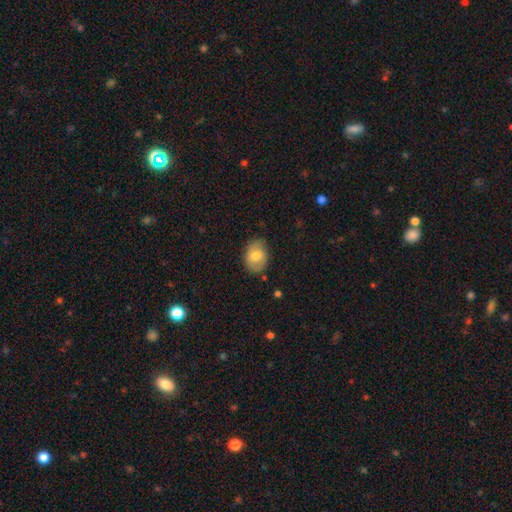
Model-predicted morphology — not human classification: This appears to be a smooth galaxy with no disk features (74%) that is in between round and cigar-shaped (71%). Merging: none (77%).